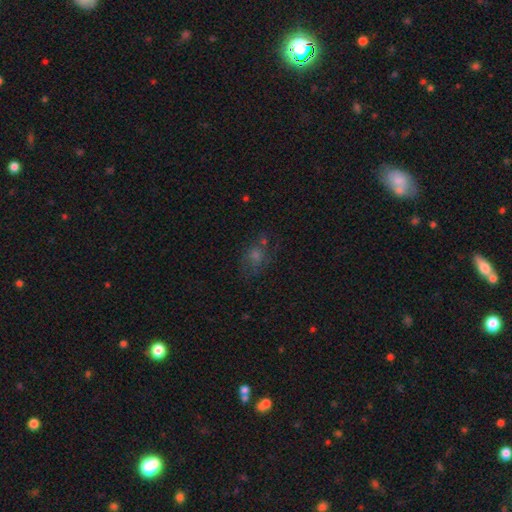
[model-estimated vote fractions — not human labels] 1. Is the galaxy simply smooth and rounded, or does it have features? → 46% smooth, 30% star or artifact, 24% featured or disk.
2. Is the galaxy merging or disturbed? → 61% none, 20% minor disturbance, 12% major disturbance, 7% merger.